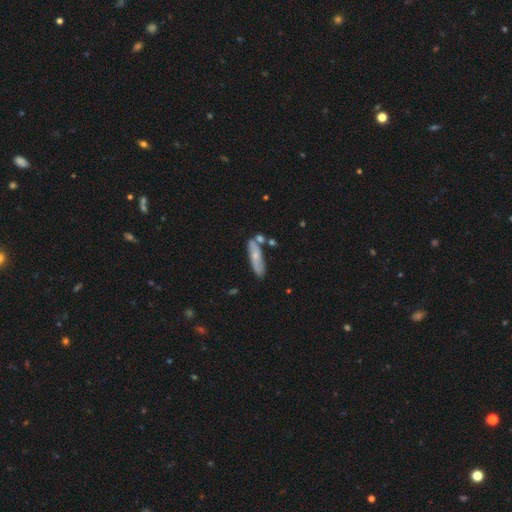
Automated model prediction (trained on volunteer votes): This appears to be a smooth galaxy with no disk features (58%) that is cigar-shaped (64%). Merging: none (67%).